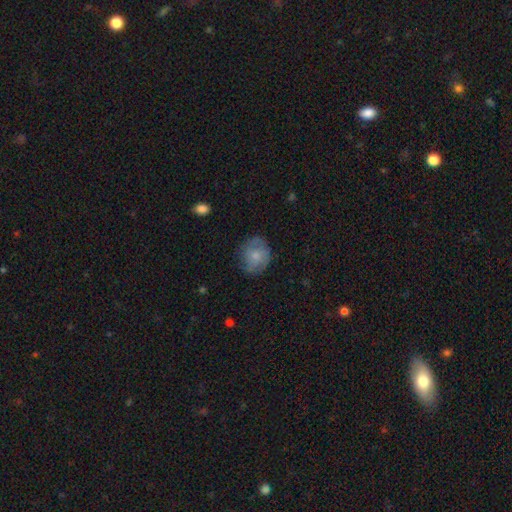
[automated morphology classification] This is likely a smooth galaxy (68%). How rounded: likely round (71%). Merging: likely none (68%).